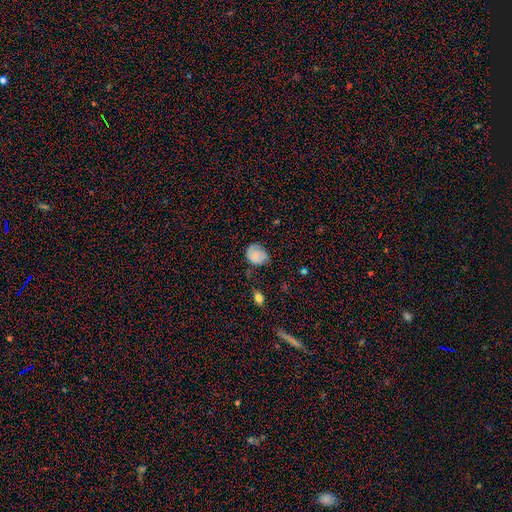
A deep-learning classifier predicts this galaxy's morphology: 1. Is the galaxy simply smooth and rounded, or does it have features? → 65% smooth, 25% featured or disk, 10% star or artifact.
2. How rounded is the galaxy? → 53% round, 46% in between, 1% cigar-shaped.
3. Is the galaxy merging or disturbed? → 52% none, 35% minor disturbance, 10% major disturbance, 2% merger.